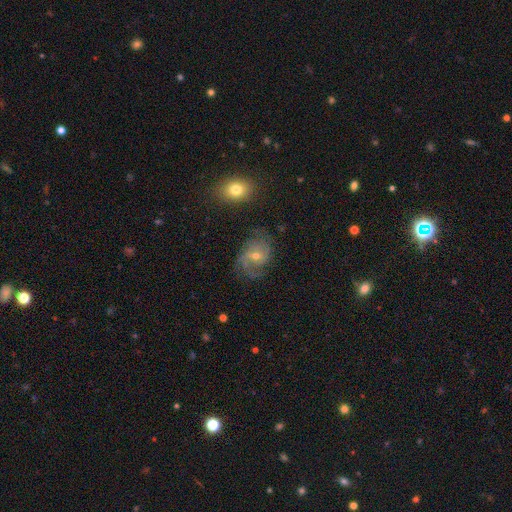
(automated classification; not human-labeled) Smooth or featured? Predicted: featured or disk (p=0.80). Edge-on disk? Predicted: no (p=0.97). Bar? Predicted: no (p=0.55). Spiral arms? Predicted: yes (p=0.95). Spiral winding? Predicted: medium (p=0.45). Spiral arm count? Predicted: 2 (p=0.39). Bulge size? Predicted: small (p=0.55). Merging? Predicted: none (p=0.69).